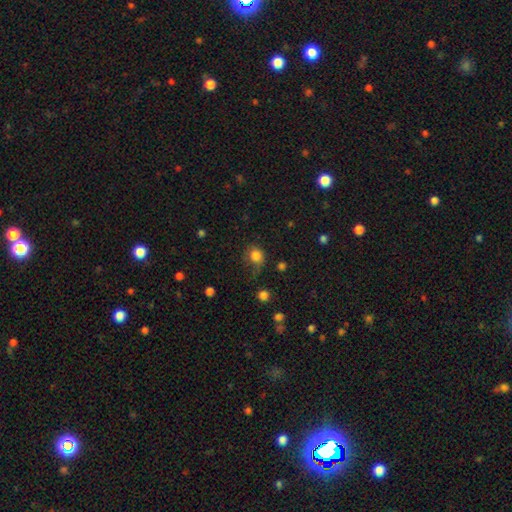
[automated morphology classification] This appears to be a smooth galaxy with no disk features (83%) that is round (73%). Merging: none (58%).